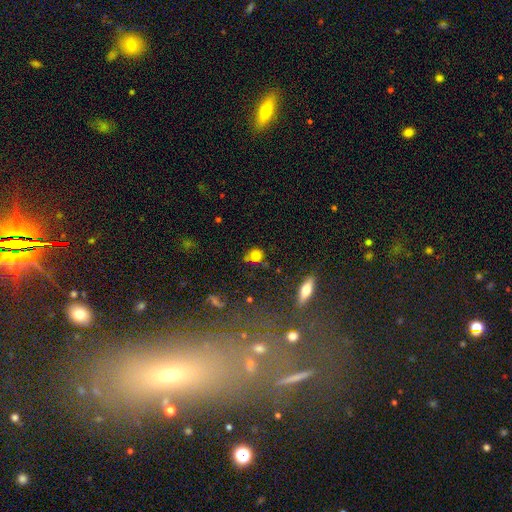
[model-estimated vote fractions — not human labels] This appears to be a smooth galaxy with no disk features (74%) that is round (79%). Merging: none (64%).